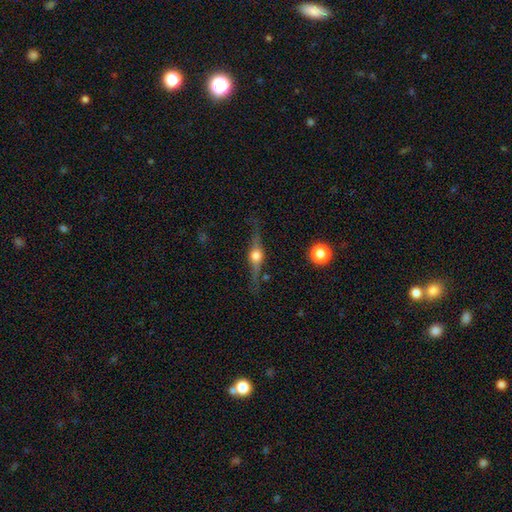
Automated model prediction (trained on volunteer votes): featured or disk 80%, smooth 13%, star or artifact 7%. Down the decision tree: edge-on disk — yes (97%); edge-on bulge — rounded (95%); merging — none (84%).